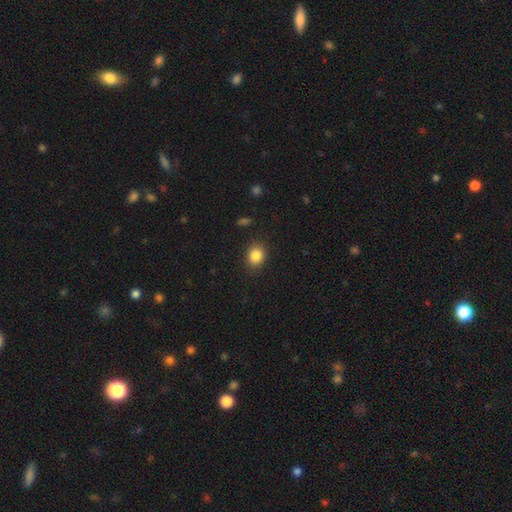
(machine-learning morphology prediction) smooth-or-featured: smooth: 86% | star or artifact: 10% | featured or disk: 5%
  how-rounded: round: 59% | in between: 40% | cigar-shaped: 1%
  merging: none: 87% | minor disturbance: 9% | major disturbance: 3% | merger: 1%